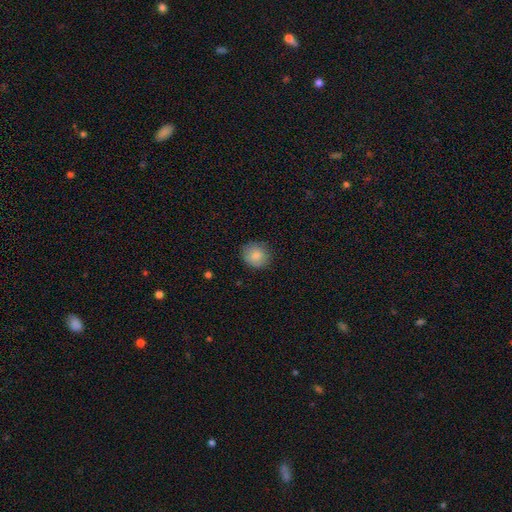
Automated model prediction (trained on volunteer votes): This appears to be a smooth galaxy with no disk features (84%) that is round (83%). Merging: none (84%).